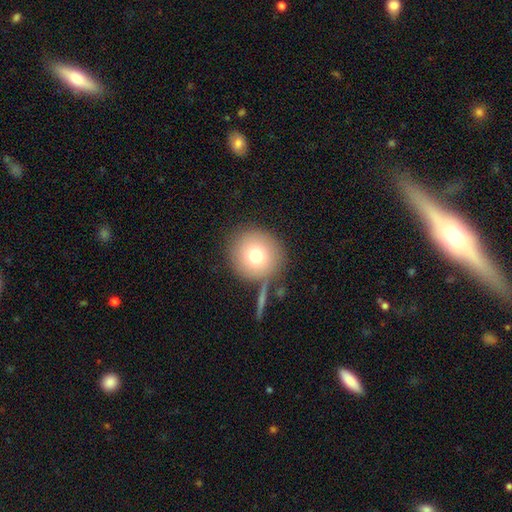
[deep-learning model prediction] Smooth or featured? smooth (76%)
How rounded? round (93%)
Merging? none (79%)